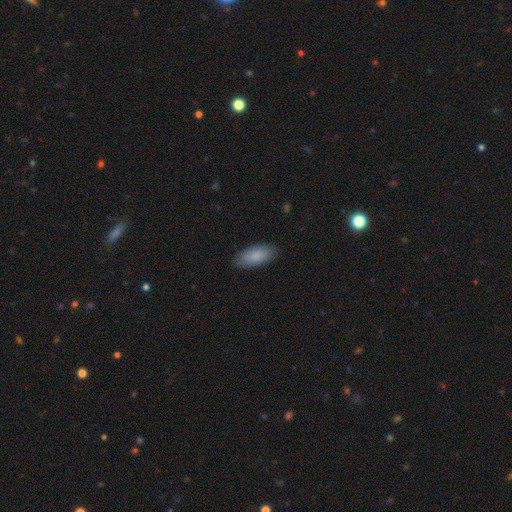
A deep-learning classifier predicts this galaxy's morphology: Smooth or featured? smooth (87%)
How rounded? in between (82%)
Merging? none (87%)